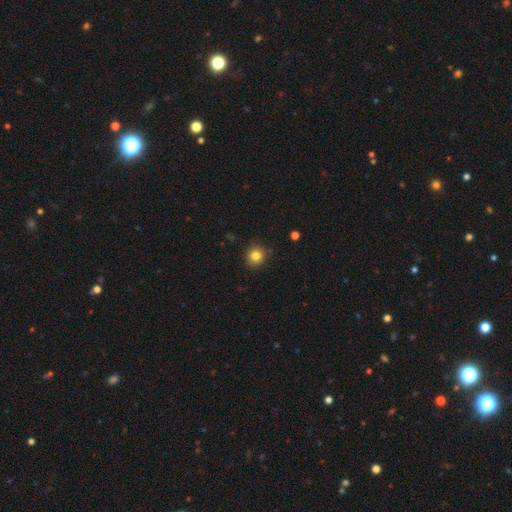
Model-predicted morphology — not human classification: The model was most divided on "smooth or featured": smooth: 83%, star or artifact: 12%, featured or disk: 6%. More confident: how rounded — round (90%); merging — none (88%).